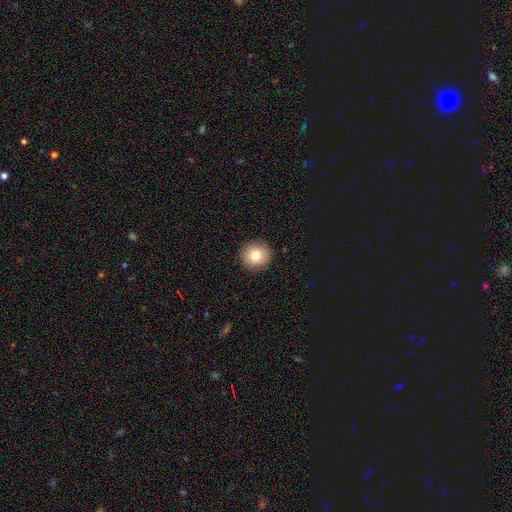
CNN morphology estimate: The model was most divided on "smooth or featured": smooth: 79%, featured or disk: 12%, star or artifact: 10%. More confident: how rounded — round (94%); merging — none (92%).